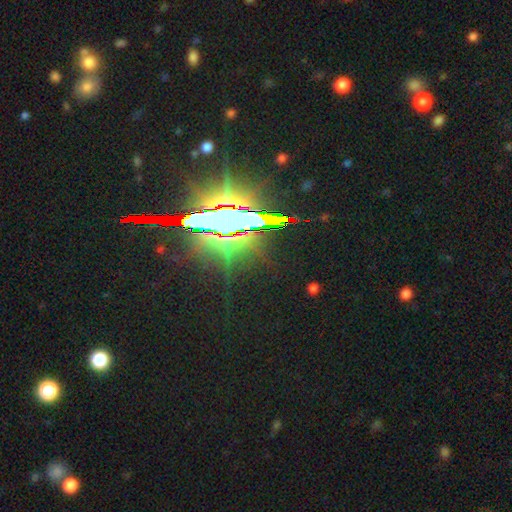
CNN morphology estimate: Smooth or featured? star or artifact (83%)